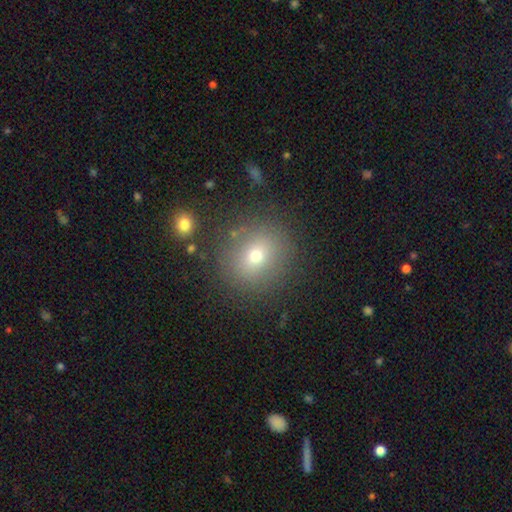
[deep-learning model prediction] This appears to be a smooth galaxy with no disk features (68%) that is round (81%). Merging: none (84%).